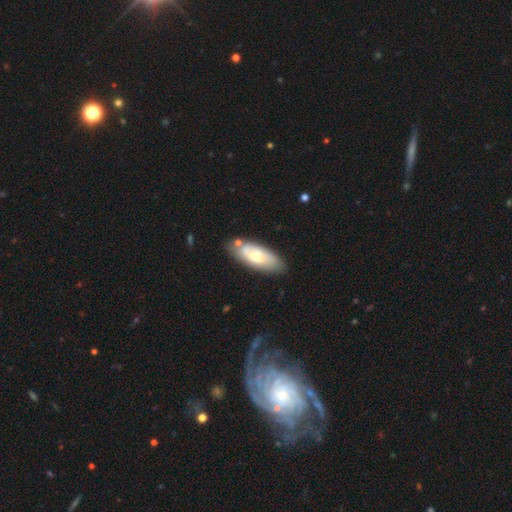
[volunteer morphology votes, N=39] Smooth or featured: smooth — 54% (featured or disk — 44%)
How rounded: in between — 95% (round — 5%)
Merging: none — 79% (minor disturbance — 18%)